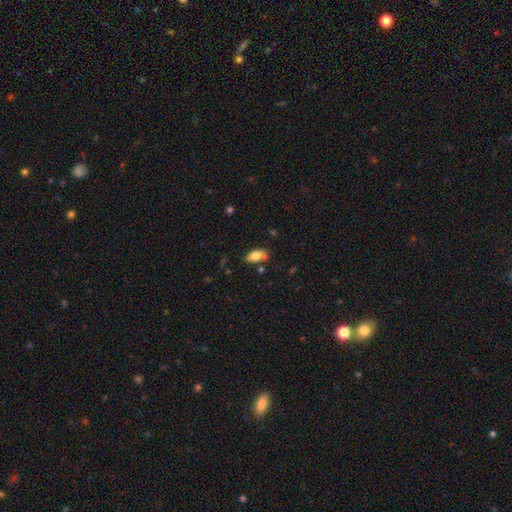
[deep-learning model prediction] Smooth or featured?
  - smooth: 77% *
  - featured or disk: 15%
  - star or artifact: 7%
How rounded?
  - in between: 90% *
  - cigar-shaped: 7%
  - round: 3%
Merging?
  - none: 65% *
  - minor disturbance: 22%
  - merger: 8%
  - major disturbance: 5%